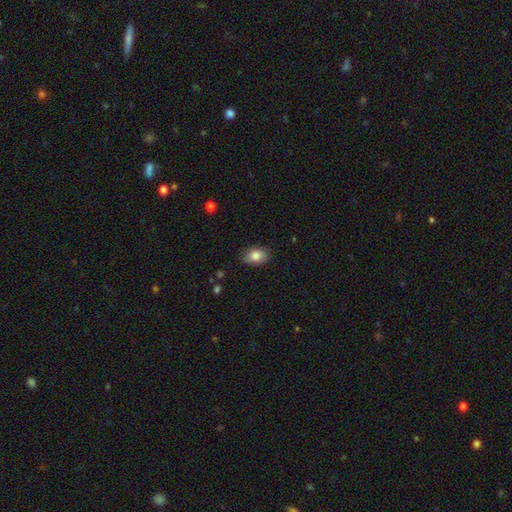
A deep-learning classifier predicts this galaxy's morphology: A smooth galaxy with no disk features (83%) that is in between round and cigar-shaped (82%). Merging: none (81%).